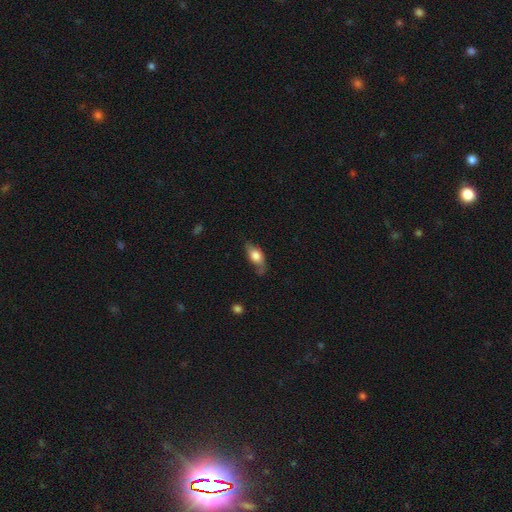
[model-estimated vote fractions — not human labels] Morphology: type=smooth (68%); roundness=in between (81%); merging=none (58%).